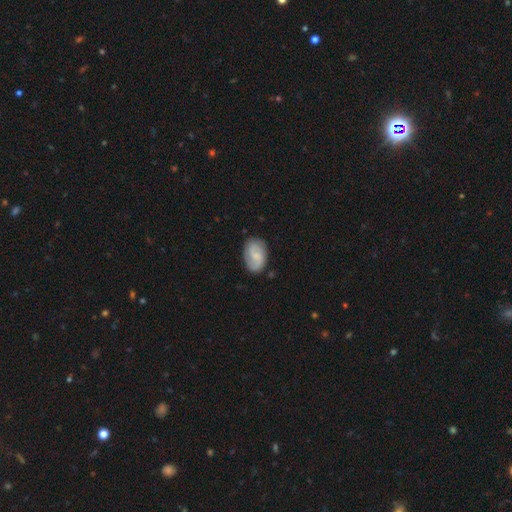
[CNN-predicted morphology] type=featured or disk (53%); edge-on=no (97%); bar=no (48%); spiral arms=yes (89%); bulge=small (53%); merging=none (79%).